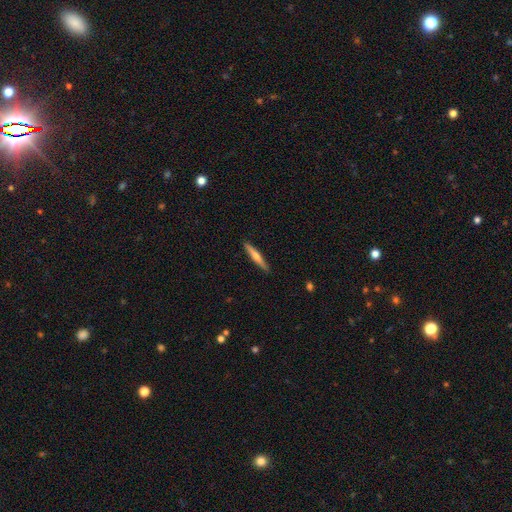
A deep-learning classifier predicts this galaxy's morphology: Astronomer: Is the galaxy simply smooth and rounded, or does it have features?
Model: smooth — 54% (runner-up: featured or disk, 41%).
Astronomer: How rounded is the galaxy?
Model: cigar-shaped — 94%.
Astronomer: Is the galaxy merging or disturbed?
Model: none — 90%.